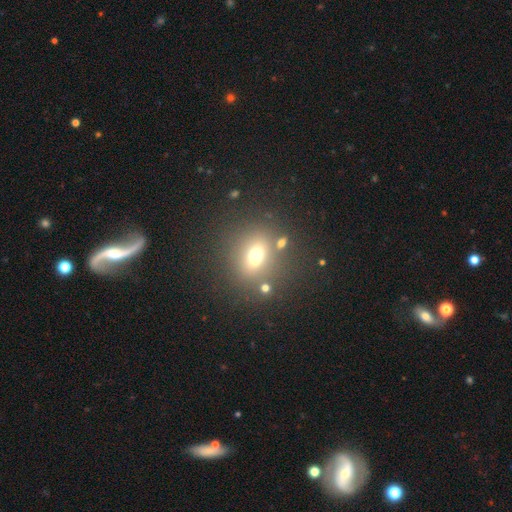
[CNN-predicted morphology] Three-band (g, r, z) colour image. It shows a smooth galaxy with no disk features (65%) that is round (57%). Merging: none (67%).